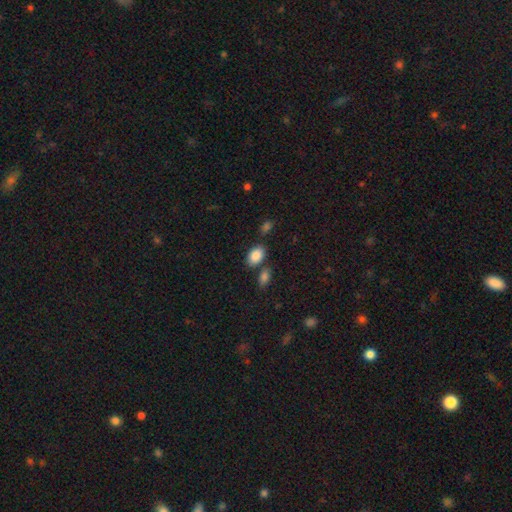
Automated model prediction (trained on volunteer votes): Smooth or featured: smooth — 87% (star or artifact — 8%)
How rounded: in between — 88% (round — 11%)
Merging: none — 70% (merger — 13%)